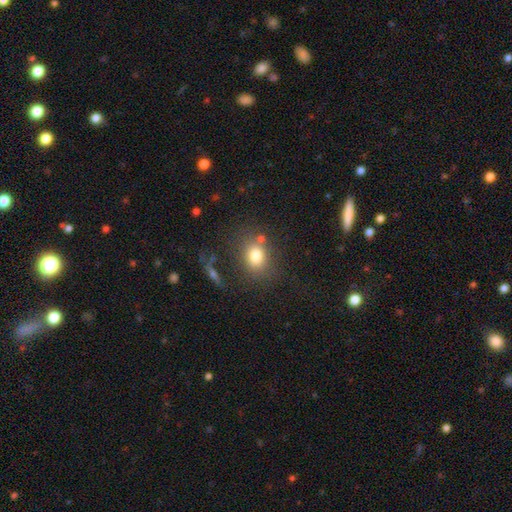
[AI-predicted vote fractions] A smooth galaxy with no disk features (78%) that is in between round and cigar-shaped (50%). Merging: none (72%).